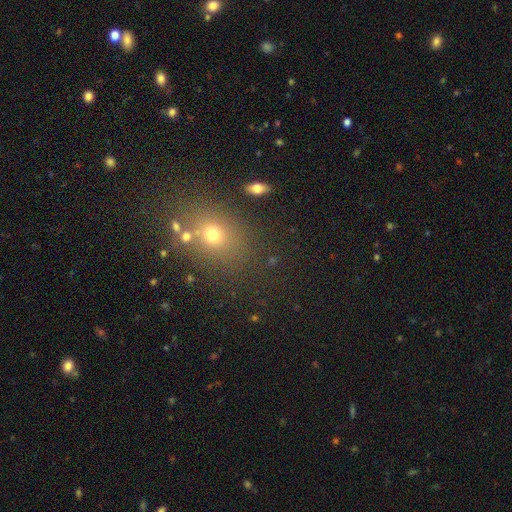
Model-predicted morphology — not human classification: Smooth or featured? smooth (53%)
How rounded? round (56%)
Merging? none (78%)